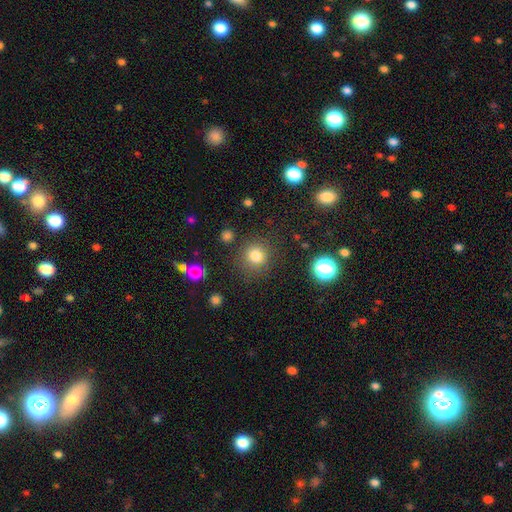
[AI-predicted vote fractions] Q: Smooth or featured?
A: smooth (80%); runner-up: star or artifact (14%)
Q: How rounded?
A: round (89%); runner-up: in between (10%)
Q: Merging?
A: none (83%); runner-up: minor disturbance (10%)